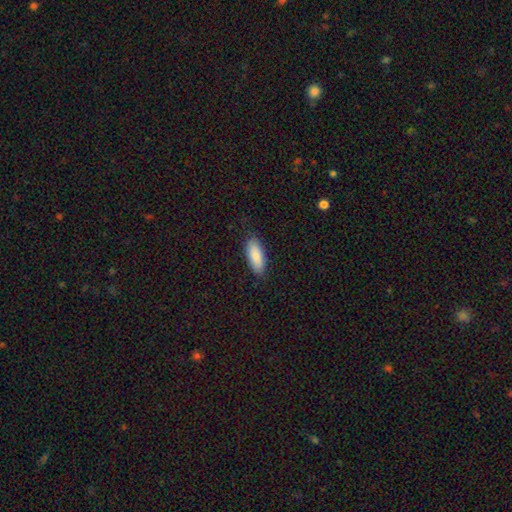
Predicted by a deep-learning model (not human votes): Smooth or featured? smooth (89%)
How rounded? in between (76%)
Merging? none (87%)